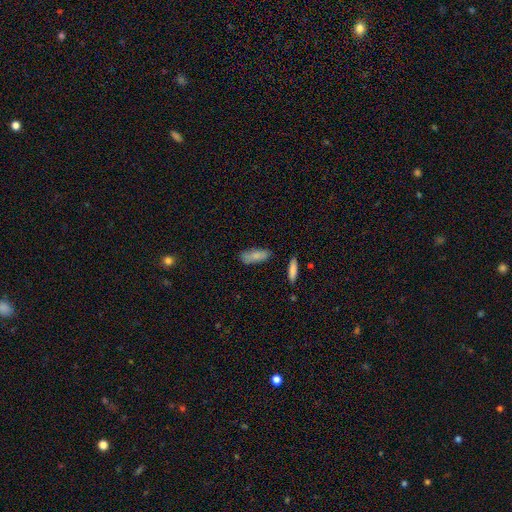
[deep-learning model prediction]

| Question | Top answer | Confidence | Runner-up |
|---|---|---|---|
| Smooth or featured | smooth | 81% | featured or disk (13%) |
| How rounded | in between | 67% | cigar-shaped (31%) |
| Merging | none | 73% | minor disturbance (19%) |